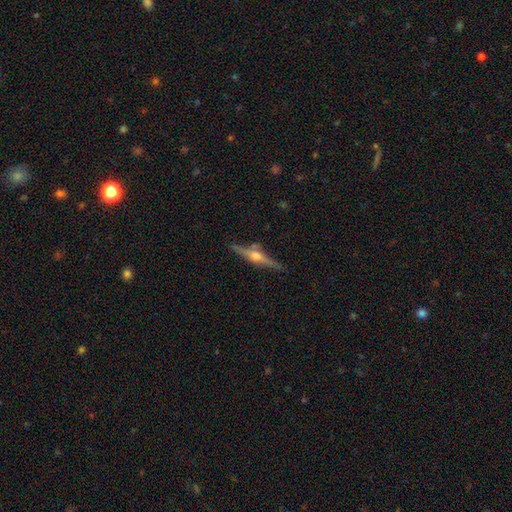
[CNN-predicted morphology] Smooth or featured: featured or disk — 79% (smooth — 15%)
Edge-on disk: yes — 98% (no — 2%)
Edge-on bulge: rounded — 92% (boxy — 5%)
Merging: none — 83% (minor disturbance — 11%)